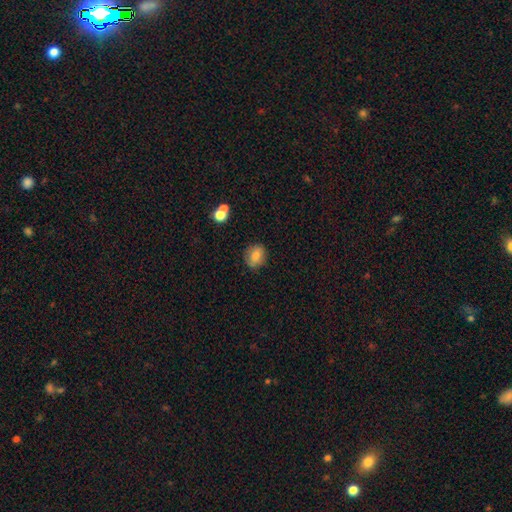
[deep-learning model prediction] This appears to be a smooth galaxy with no disk features (79%) that is round (58%). Merging: none (83%).